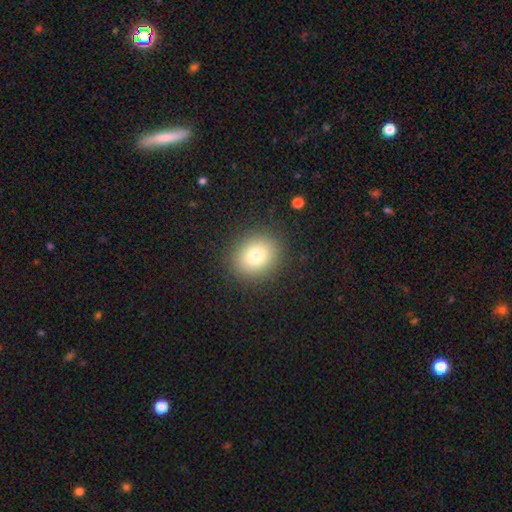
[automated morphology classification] smooth_or_featured: smooth (p=0.79) [alt: star or artifact p=0.12]
how_rounded: round (p=0.72) [alt: in between p=0.27]
merging: none (p=0.89) [alt: minor disturbance p=0.07]